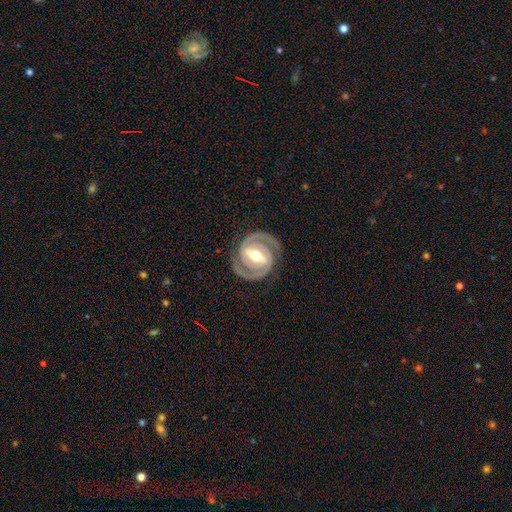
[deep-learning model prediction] Smooth or featured? Predicted: featured or disk (p=0.93). Edge-on disk? Predicted: no (p=0.98). Bar? Predicted: strong (p=0.65). Spiral arms? Predicted: yes (p=0.98). Spiral winding? Predicted: tight (p=0.60). Spiral arm count? Predicted: 2 (p=0.94). Bulge size? Predicted: moderate (p=0.75). Merging? Predicted: none (p=0.87).